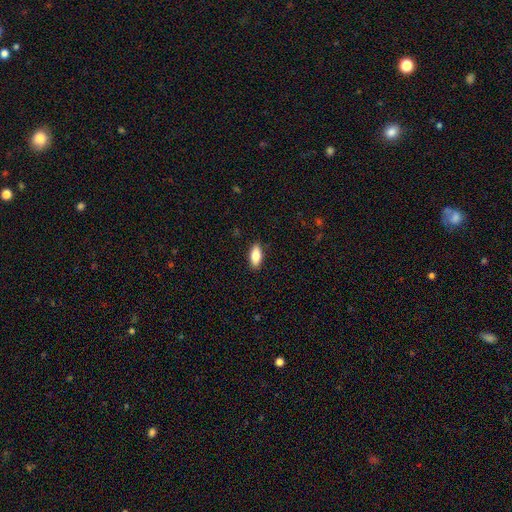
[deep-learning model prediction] A smooth galaxy with no disk features (81%) that is in between round and cigar-shaped (84%).

Vote fractions:
- Smooth or featured? smooth: 81% / featured or disk: 12% / star or artifact: 6%
- How rounded? in between: 84% / cigar-shaped: 14% / round: 3%
- Merging? none: 88% / minor disturbance: 9% / major disturbance: 2% / merger: 1%